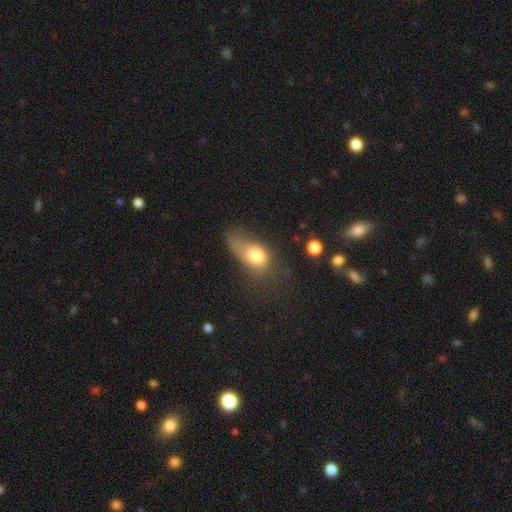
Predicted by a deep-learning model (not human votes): A smooth galaxy with no disk features (74%) that is in between round and cigar-shaped (75%). Merging: major disturbance (39%).